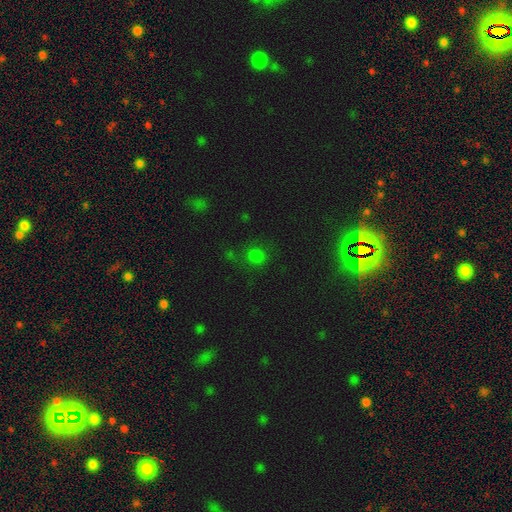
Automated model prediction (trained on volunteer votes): A smooth galaxy with no disk features (71%) that is round (84%). Merging: none (72%).